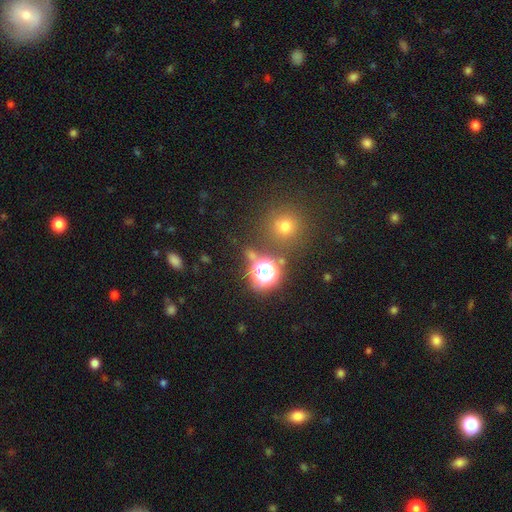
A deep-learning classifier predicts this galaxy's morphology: Q: Smooth or featured?
A: star or artifact (49%); runner-up: smooth (42%)